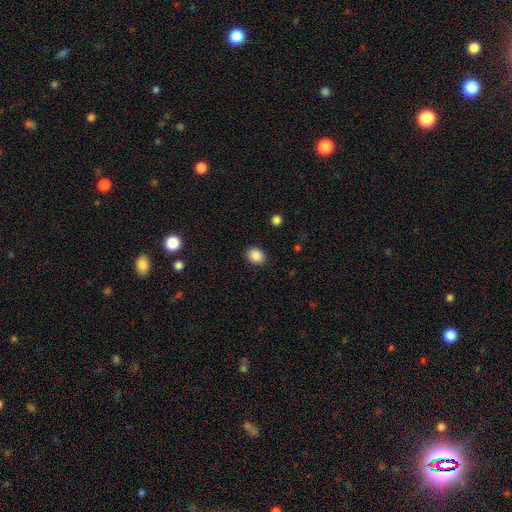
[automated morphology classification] A smooth galaxy with no disk features (87%) that is round (50%).

Vote fractions:
- Smooth or featured? smooth: 87% / star or artifact: 9% / featured or disk: 4%
- How rounded? round: 50% / in between: 49% / cigar-shaped: 1%
- Merging? none: 89% / minor disturbance: 7% / major disturbance: 2% / merger: 1%